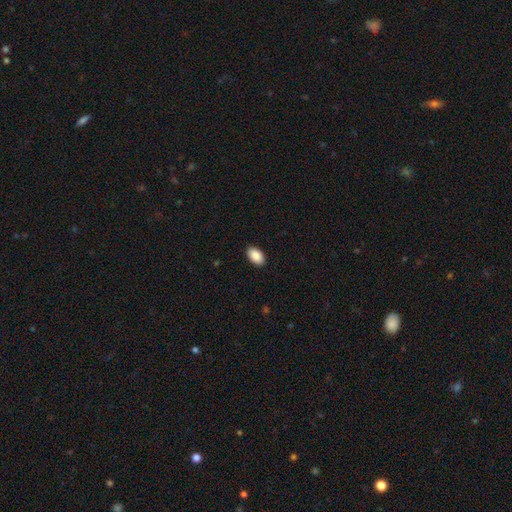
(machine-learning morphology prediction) smooth_or_featured: smooth (p=0.90) [alt: star or artifact p=0.07]
how_rounded: in between (p=0.94) [alt: round p=0.05]
merging: none (p=0.90) [alt: minor disturbance p=0.08]